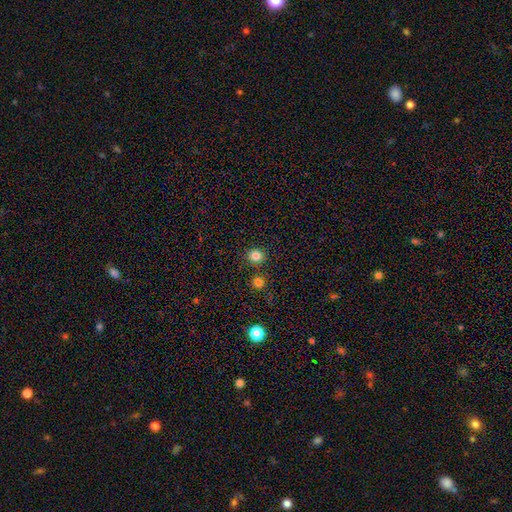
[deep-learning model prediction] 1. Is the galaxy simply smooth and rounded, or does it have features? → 82% smooth, 13% star or artifact, 4% featured or disk.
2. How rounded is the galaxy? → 87% round, 12% in between, 1% cigar-shaped.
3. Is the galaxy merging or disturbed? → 85% none, 7% minor disturbance, 6% merger, 2% major disturbance.